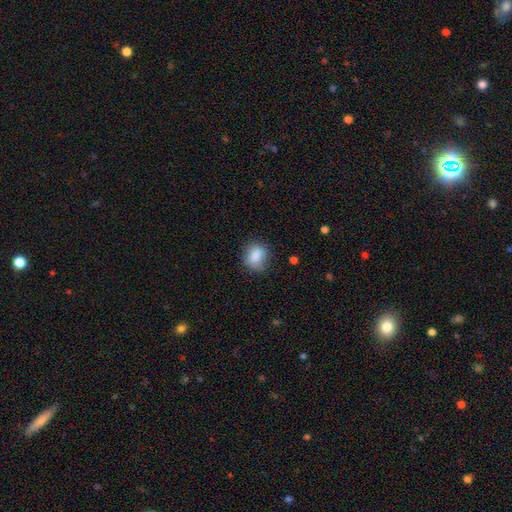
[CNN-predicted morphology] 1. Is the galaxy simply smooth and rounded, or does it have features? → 85% smooth, 8% star or artifact, 7% featured or disk.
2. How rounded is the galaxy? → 54% round, 44% in between, 1% cigar-shaped.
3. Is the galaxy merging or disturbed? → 73% none, 20% minor disturbance, 5% major disturbance, 1% merger.